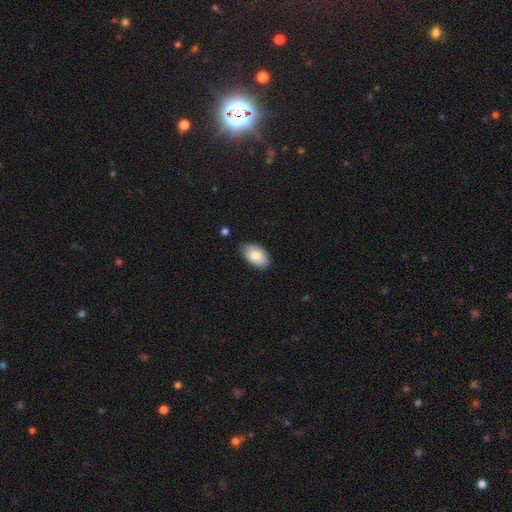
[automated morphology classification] smooth-or-featured: smooth: 83% | featured or disk: 11% | star or artifact: 6%
  how-rounded: in between: 94% | round: 5% | cigar-shaped: 1%
  merging: none: 82% | minor disturbance: 14% | major disturbance: 2% | merger: 2%